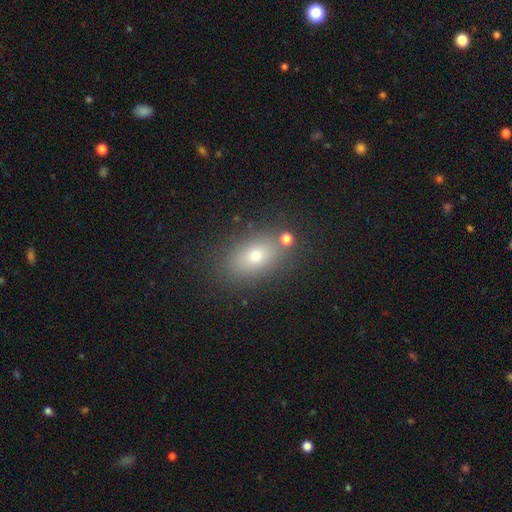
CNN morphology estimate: type=smooth (72%); roundness=in between (82%); merging=none (78%).